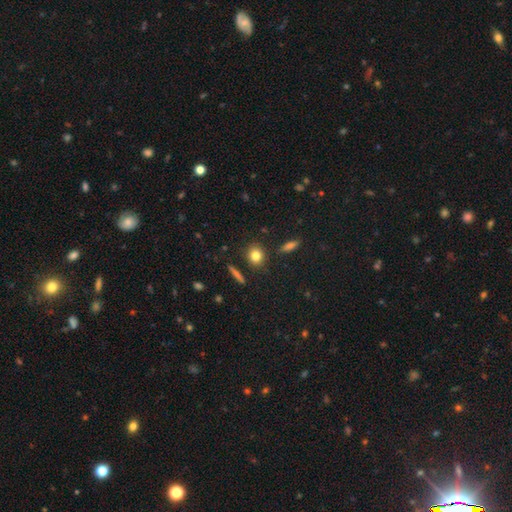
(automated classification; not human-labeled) Smooth or featured? smooth (81%)
How rounded? round (76%)
Merging? none (87%)